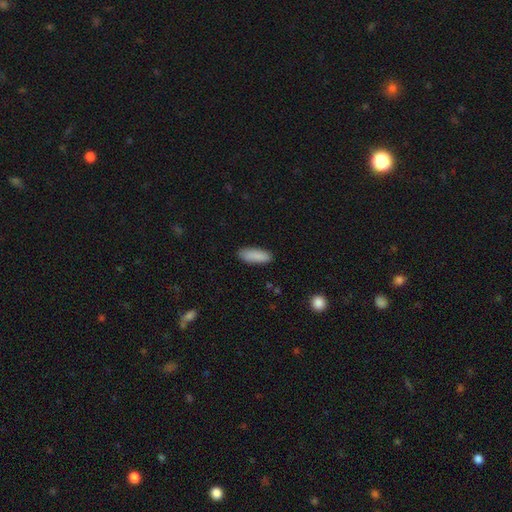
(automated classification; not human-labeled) smooth-or-featured: smooth: 89% | star or artifact: 6% | featured or disk: 5%
  how-rounded: in between: 67% | cigar-shaped: 31% | round: 2%
  merging: none: 85% | minor disturbance: 11% | major disturbance: 2% | merger: 1%